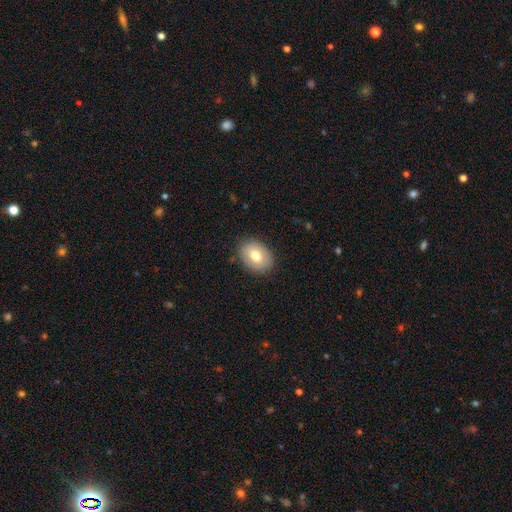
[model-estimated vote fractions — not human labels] Morphology: type=smooth (72%); roundness=in between (70%); merging=none (86%).